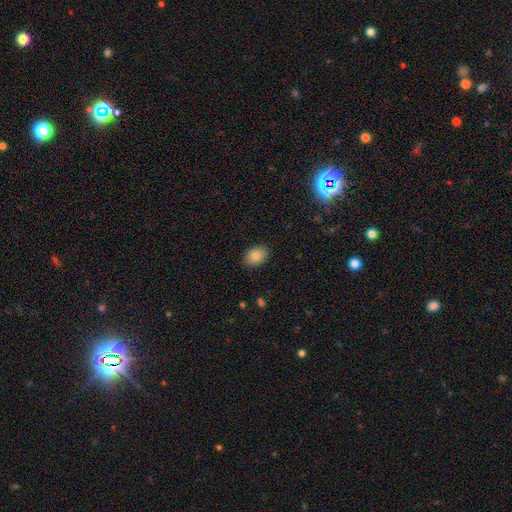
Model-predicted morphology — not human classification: Smooth or featured? smooth (82%)
How rounded? in between (76%)
Merging? none (89%)